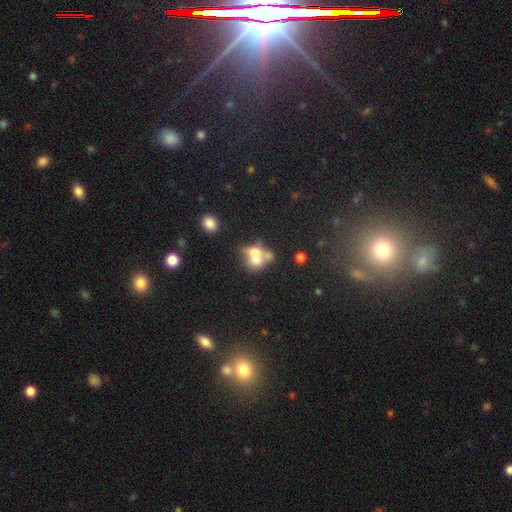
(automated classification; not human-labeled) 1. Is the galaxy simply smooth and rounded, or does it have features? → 56% smooth, 31% featured or disk, 13% star or artifact.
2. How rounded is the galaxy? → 61% round, 37% in between, 2% cigar-shaped.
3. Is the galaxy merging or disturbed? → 61% merger, 23% none, 9% minor disturbance, 7% major disturbance.